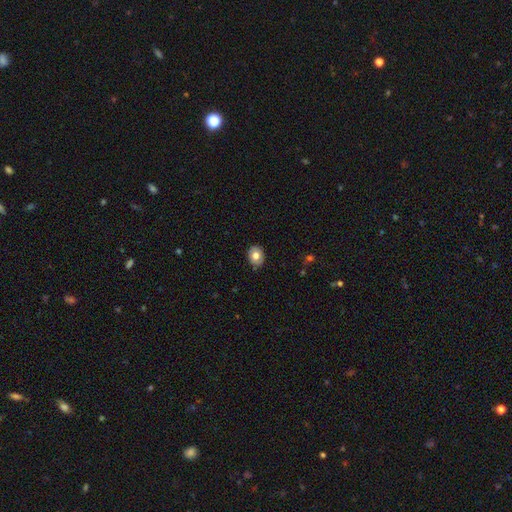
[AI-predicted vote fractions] Smooth or featured? Predicted: smooth (p=0.74). How rounded? Predicted: in between (p=0.53). Merging? Predicted: none (p=0.85).